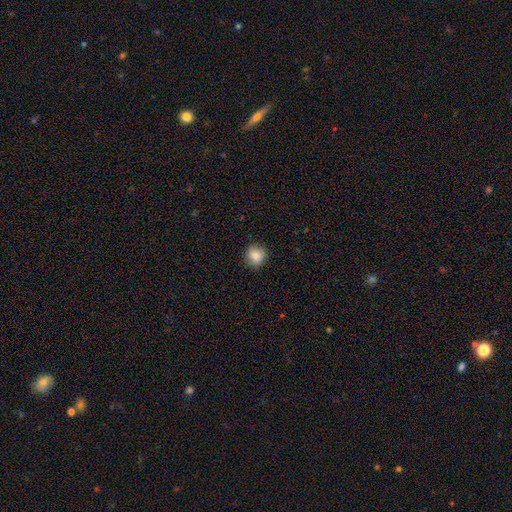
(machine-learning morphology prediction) Q: Smooth or featured?
A: smooth (85%); runner-up: star or artifact (9%)
Q: How rounded?
A: round (88%); runner-up: in between (11%)
Q: Merging?
A: none (85%); runner-up: minor disturbance (12%)